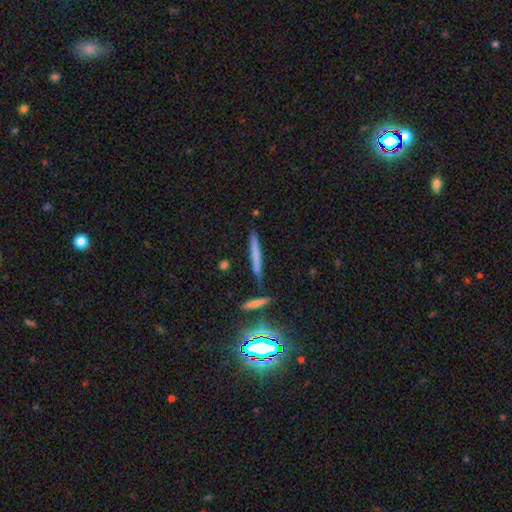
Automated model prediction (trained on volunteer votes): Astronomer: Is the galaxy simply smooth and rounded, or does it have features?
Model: smooth — 61%.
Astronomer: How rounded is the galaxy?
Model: cigar-shaped — 94%.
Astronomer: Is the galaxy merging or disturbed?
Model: none — 81%.